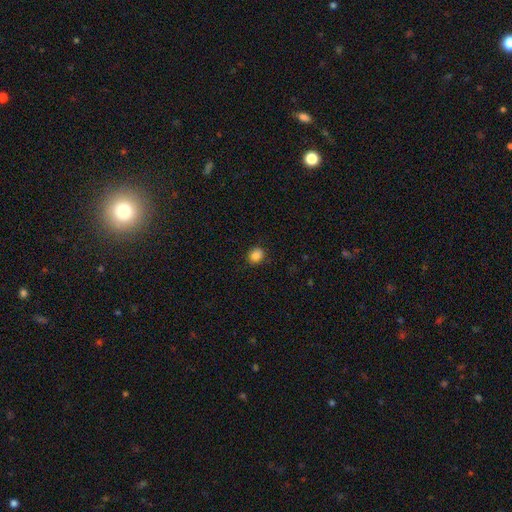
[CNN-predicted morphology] A smooth galaxy with no disk features (85%) that is round (71%). Merging: none (86%).